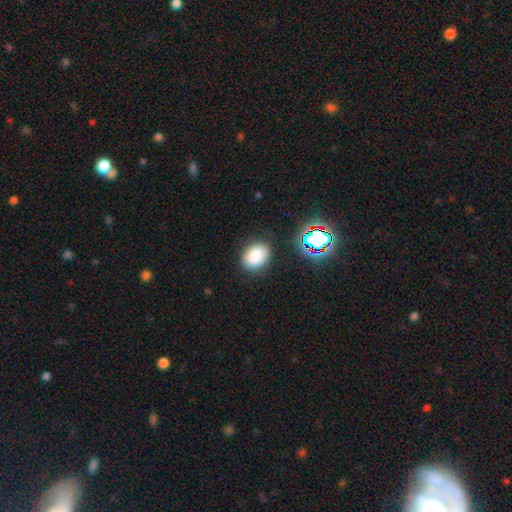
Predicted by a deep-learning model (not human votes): Smooth or featured? smooth (83%)
How rounded? in between (56%)
Merging? none (85%)